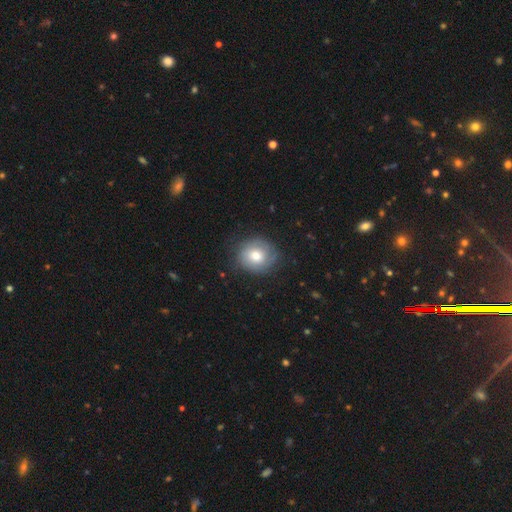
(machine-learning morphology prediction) A smooth galaxy with no disk features (62%) that is round (80%). Merging: none (75%).